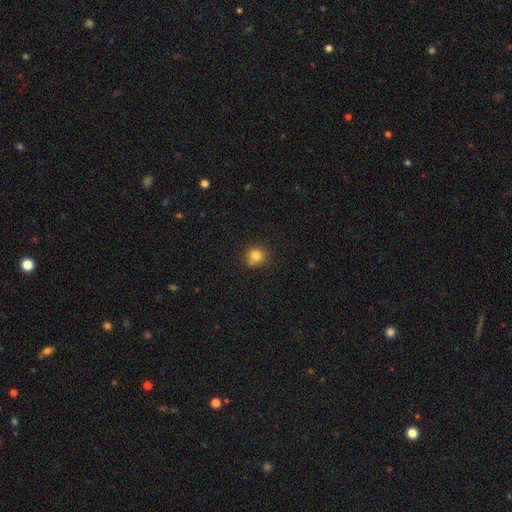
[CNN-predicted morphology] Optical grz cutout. It shows a smooth galaxy with no disk features (81%) that is round (89%). Merging: none (75%).